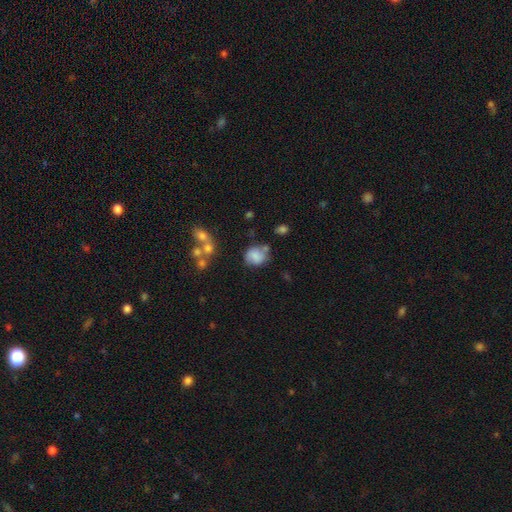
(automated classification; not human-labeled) smooth_or_featured: smooth (p=0.60) [alt: featured or disk p=0.30]
how_rounded: round (p=0.64) [alt: in between p=0.35]
merging: none (p=0.55) [alt: minor disturbance p=0.25]